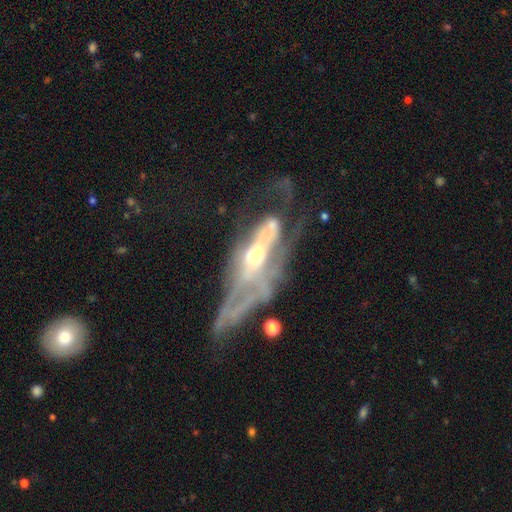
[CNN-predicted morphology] The model was most divided on "spiral arms": yes: 57%, no: 43%. More confident: edge-on disk — no (79%); smooth or featured — featured or disk (78%); bar — no (66%); bulge size — moderate (62%); merging — major disturbance (52%).